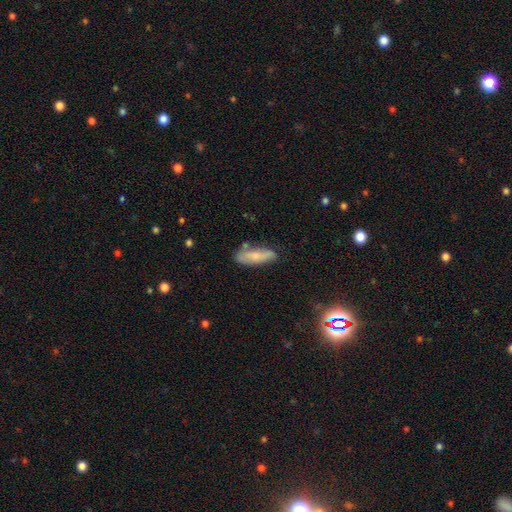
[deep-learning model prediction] smooth 66%, featured or disk 27%, star or artifact 7%. Down the decision tree: how rounded — cigar-shaped (52%); merging — none (71%).